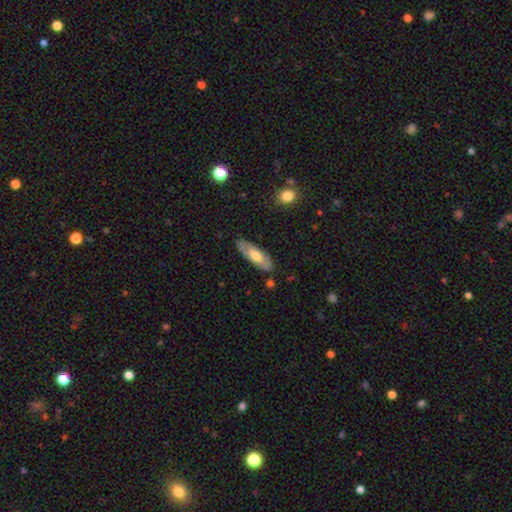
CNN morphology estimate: A smooth galaxy with no disk features (51%) that is in between round and cigar-shaped (66%). Merging: none (84%).